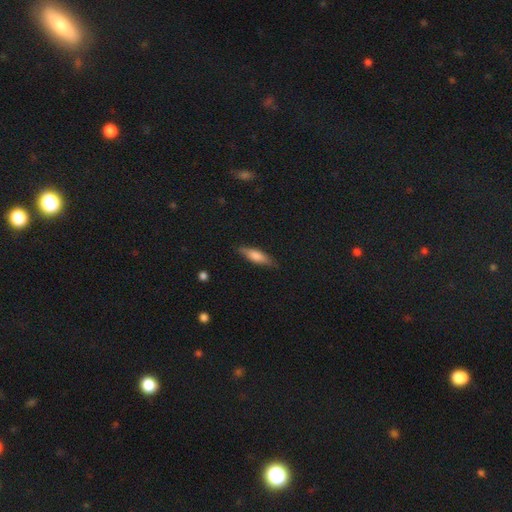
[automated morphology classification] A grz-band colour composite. It shows a smooth galaxy with no disk features (68%) that is cigar-shaped (61%). Merging: none (82%).